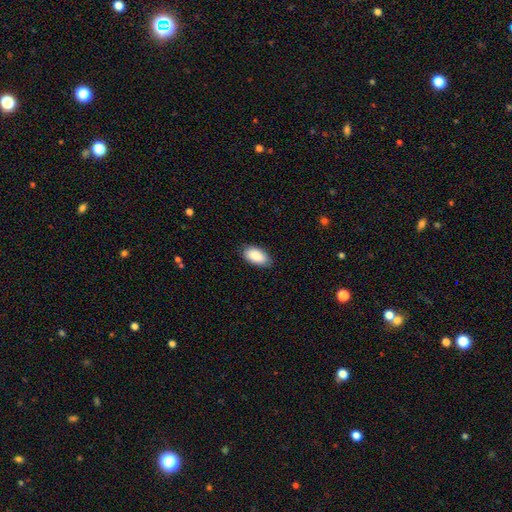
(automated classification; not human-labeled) Smooth or featured?
  - smooth: 89% *
  - star or artifact: 6%
  - featured or disk: 5%
How rounded?
  - in between: 95% *
  - cigar-shaped: 3%
  - round: 3%
Merging?
  - none: 83% *
  - minor disturbance: 13%
  - major disturbance: 2%
  - merger: 1%